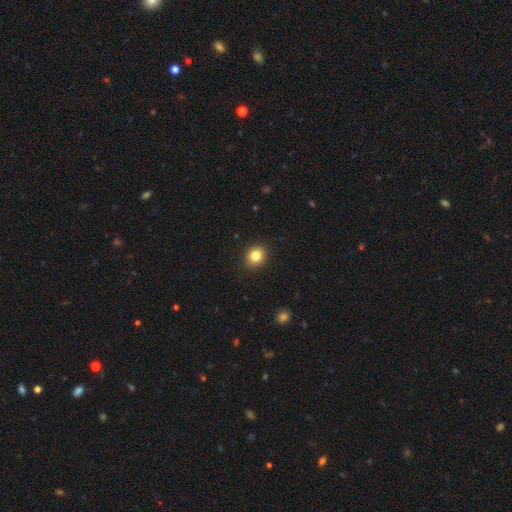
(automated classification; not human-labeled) Q: Smooth or featured?
A: smooth (83%); runner-up: star or artifact (10%)
Q: How rounded?
A: round (73%); runner-up: in between (27%)
Q: Merging?
A: none (90%); runner-up: minor disturbance (7%)